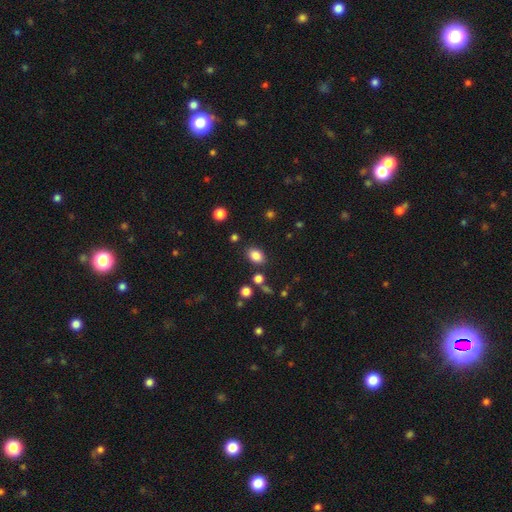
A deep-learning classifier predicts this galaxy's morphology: This is clearly a smooth galaxy (84%). How rounded: likely in between (75%). Merging: clearly none (83%).